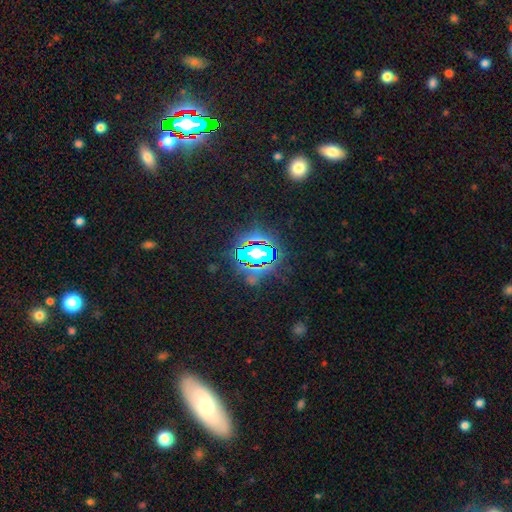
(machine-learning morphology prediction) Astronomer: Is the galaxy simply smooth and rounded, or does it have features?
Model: star or artifact — 73%.